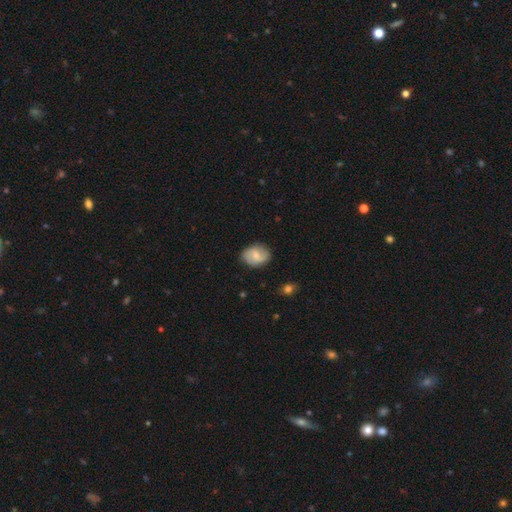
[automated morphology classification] smooth-or-featured: smooth: 48% | featured or disk: 45% | star or artifact: 7%
  merging: none: 79% | minor disturbance: 16% | major disturbance: 4% | merger: 1%